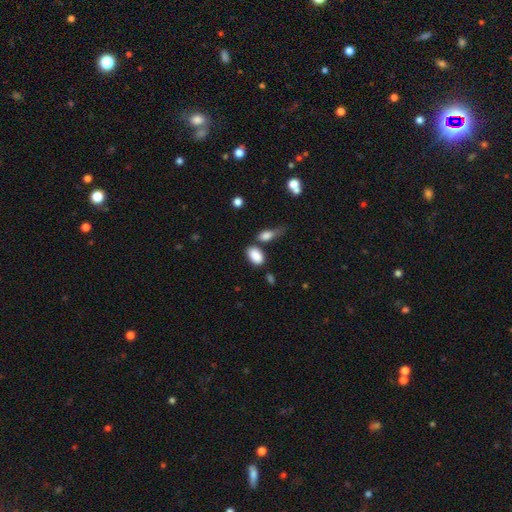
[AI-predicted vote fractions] Morphology: type=smooth (88%); roundness=in between (91%); merging=none (62%).